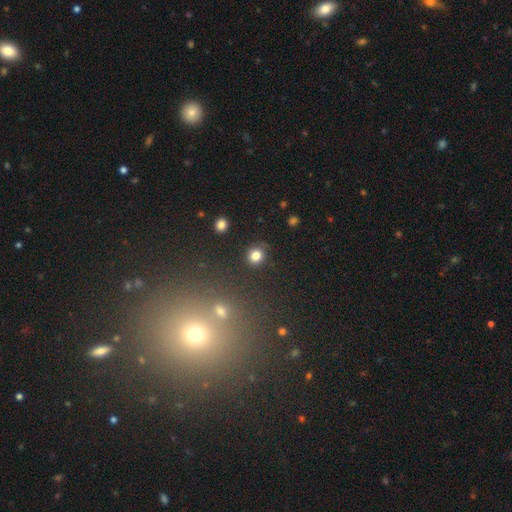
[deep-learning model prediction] Q: Smooth or featured?
A: smooth (83%); runner-up: star or artifact (12%)
Q: How rounded?
A: round (86%); runner-up: in between (13%)
Q: Merging?
A: none (87%); runner-up: minor disturbance (8%)